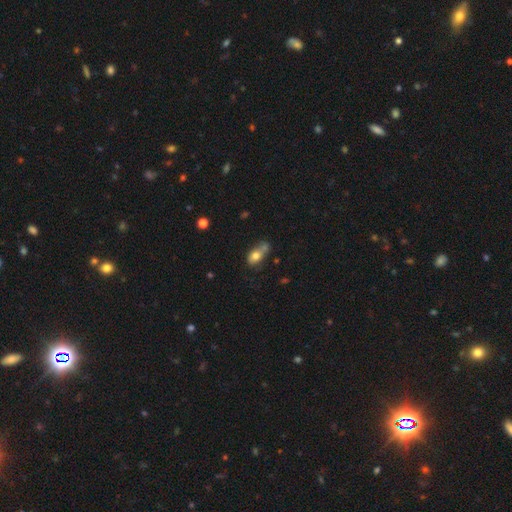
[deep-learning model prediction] Q: Smooth or featured?
A: smooth (74%); runner-up: featured or disk (17%)
Q: How rounded?
A: in between (76%); runner-up: round (19%)
Q: Merging?
A: none (32%); tied with: merger (32%)